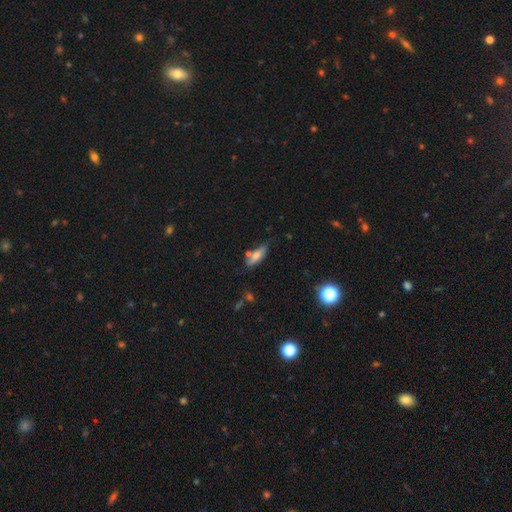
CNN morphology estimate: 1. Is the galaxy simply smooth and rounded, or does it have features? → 66% smooth, 25% featured or disk, 9% star or artifact.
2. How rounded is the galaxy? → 58% in between, 39% cigar-shaped, 3% round.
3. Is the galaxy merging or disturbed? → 57% none, 24% minor disturbance, 13% merger, 6% major disturbance.